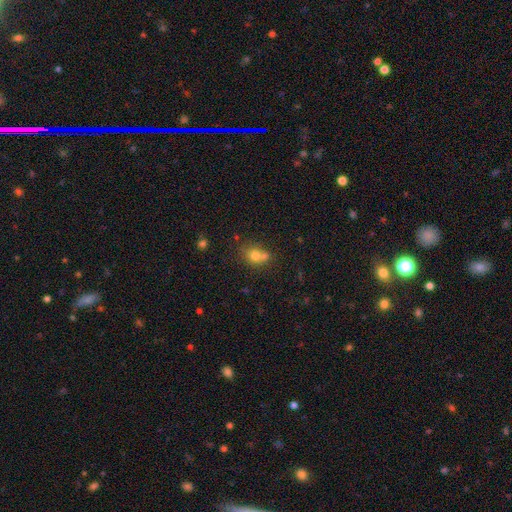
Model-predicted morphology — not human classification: Smooth or featured: smooth — 72% (featured or disk — 14%)
How rounded: round — 66% (in between — 33%)
Merging: merger — 49% (none — 38%)